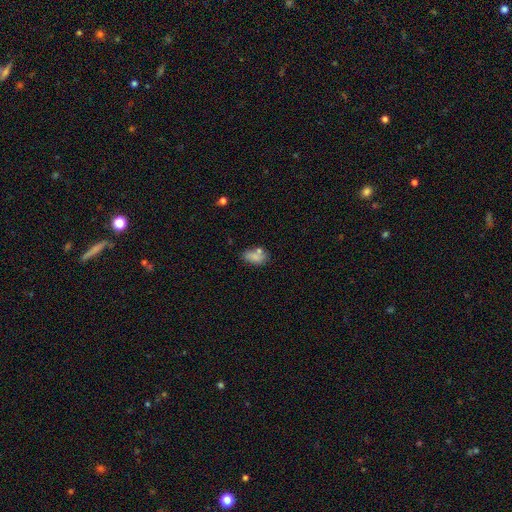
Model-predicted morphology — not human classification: smooth-or-featured: smooth: 78% | featured or disk: 12% | star or artifact: 10%
  how-rounded: in between: 88% | round: 9% | cigar-shaped: 4%
  merging: none: 55% | minor disturbance: 21% | merger: 17% | major disturbance: 7%